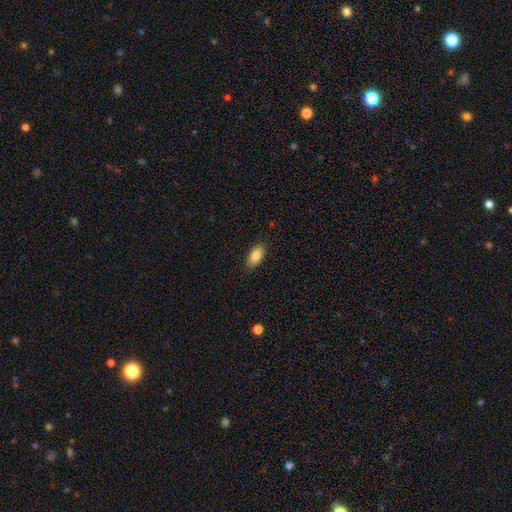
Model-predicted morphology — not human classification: This appears to be a smooth galaxy with no disk features (83%) that is in between round and cigar-shaped (90%). Merging: none (88%).